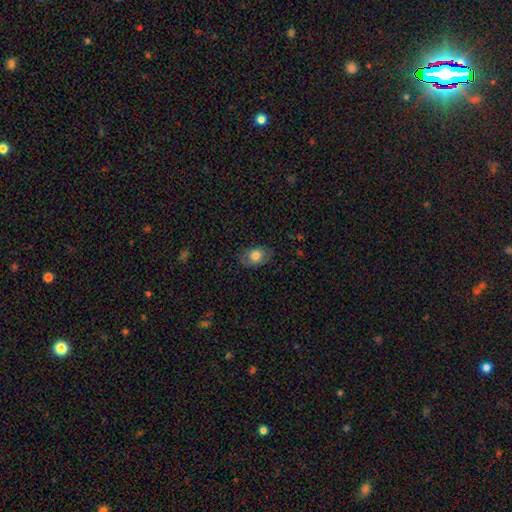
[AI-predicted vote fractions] smooth 76%, featured or disk 16%, star or artifact 8%. Down the decision tree: how rounded — in between (80%); merging — none (78%).